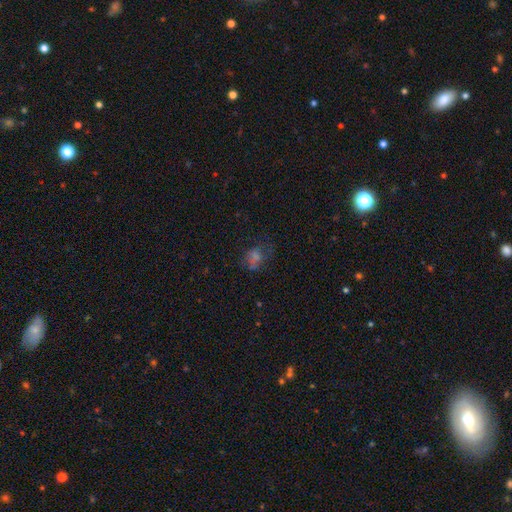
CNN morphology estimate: This appears to be a smooth galaxy with no disk features (46%). Merging: none (49%).